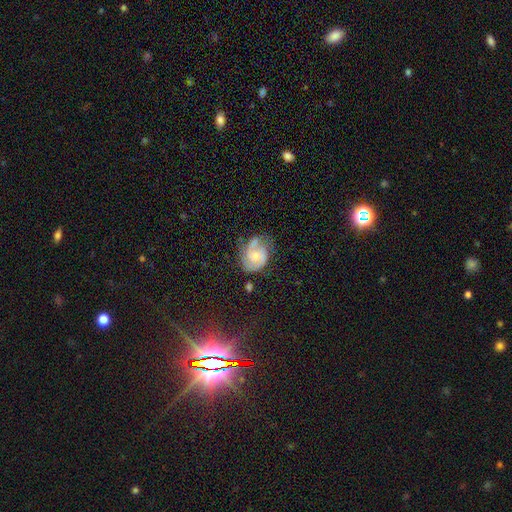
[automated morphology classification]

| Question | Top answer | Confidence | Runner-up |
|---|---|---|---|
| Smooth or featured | featured or disk | 77% | smooth (17%) |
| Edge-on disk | no | 98% | yes (2%) |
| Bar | no | 63% | weak (32%) |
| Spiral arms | yes | 94% | no (6%) |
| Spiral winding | medium | 46% | tight (41%) |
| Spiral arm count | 2 | 71% | can't tell (11%) |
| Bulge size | small | 49% | moderate (43%) |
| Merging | none | 57% | minor disturbance (27%) |